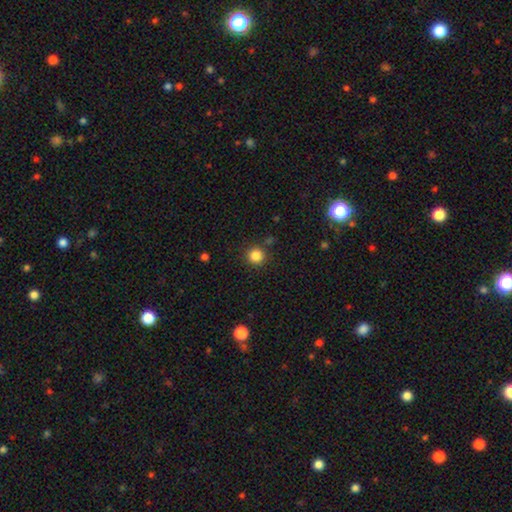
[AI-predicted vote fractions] Overall: smooth (84%). How rounded: round (94%). Merging: none (89%).